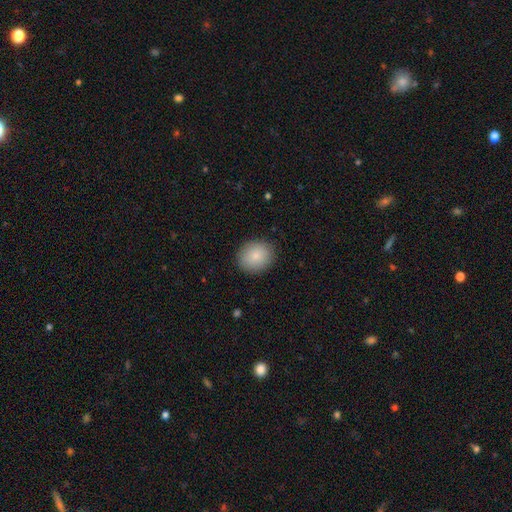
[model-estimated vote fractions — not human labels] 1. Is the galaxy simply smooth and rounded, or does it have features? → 87% smooth, 8% star or artifact, 6% featured or disk.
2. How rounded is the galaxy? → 75% round, 24% in between, 1% cigar-shaped.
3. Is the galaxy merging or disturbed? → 89% none, 8% minor disturbance, 2% major disturbance, 1% merger.